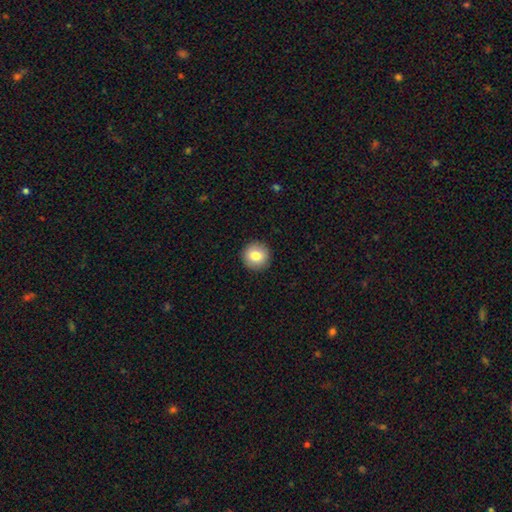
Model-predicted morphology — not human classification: This appears to be a smooth galaxy with no disk features (83%) that is round (95%). Merging: none (93%).